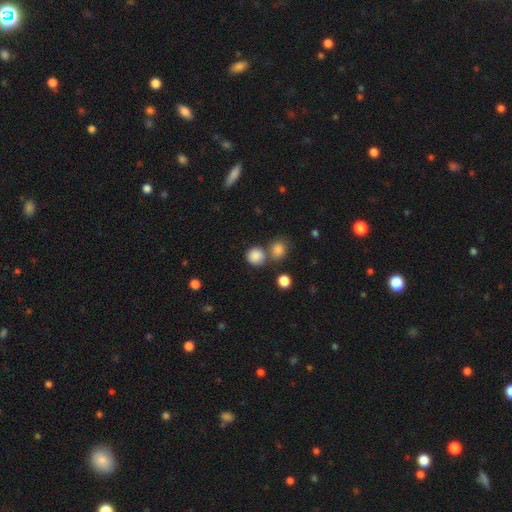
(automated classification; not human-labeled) A smooth galaxy with no disk features (85%) that is round (86%).

Vote fractions:
- Smooth or featured? smooth: 85% / star or artifact: 10% / featured or disk: 5%
- How rounded? round: 86% / in between: 13% / cigar-shaped: 1%
- Merging? none: 60% / merger: 26% / minor disturbance: 10% / major disturbance: 4%